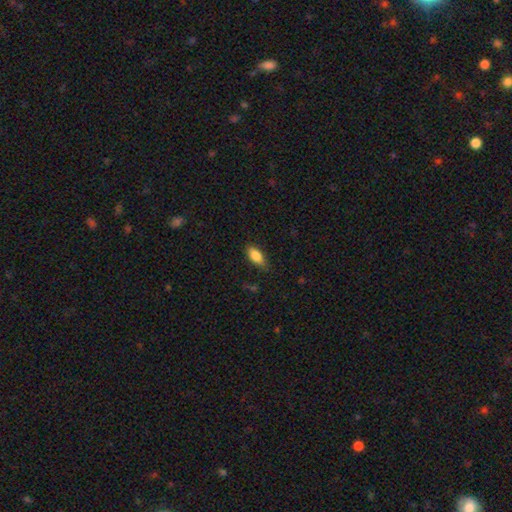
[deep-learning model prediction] Morphology: type=smooth (84%); roundness=in between (86%); merging=none (77%).